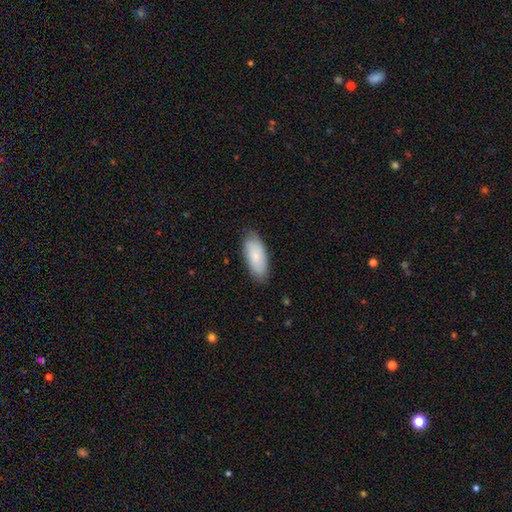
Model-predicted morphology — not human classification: type=smooth (79%); roundness=in between (86%); merging=none (80%).